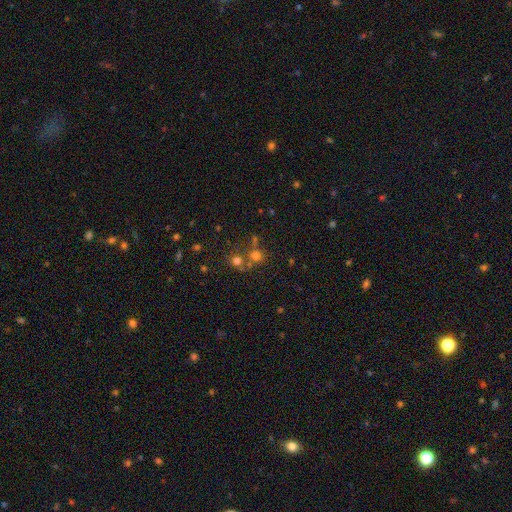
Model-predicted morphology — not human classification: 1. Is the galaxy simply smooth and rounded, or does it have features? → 66% smooth, 24% star or artifact, 11% featured or disk.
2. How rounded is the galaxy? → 89% round, 10% in between, 1% cigar-shaped.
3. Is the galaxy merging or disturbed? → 57% none, 32% merger, 7% minor disturbance, 4% major disturbance.